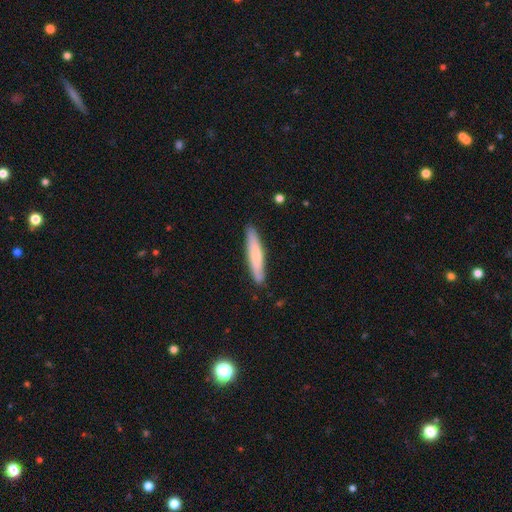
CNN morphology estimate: Smooth or featured? smooth (65%)
How rounded? cigar-shaped (91%)
Merging? none (89%)